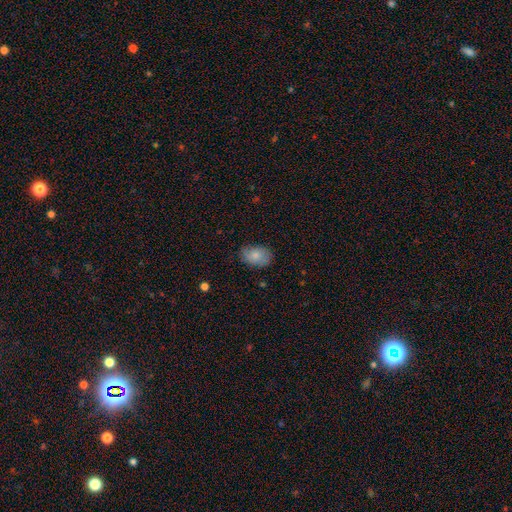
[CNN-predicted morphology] This appears to be a smooth galaxy with no disk features (78%) that is in between round and cigar-shaped (85%). Merging: none (73%).